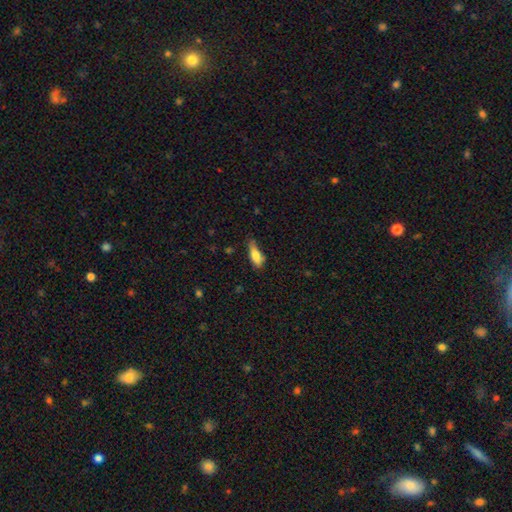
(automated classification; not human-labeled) Smooth or featured? Predicted: smooth (p=0.79). How rounded? Predicted: in between (p=0.71). Merging? Predicted: none (p=0.44).